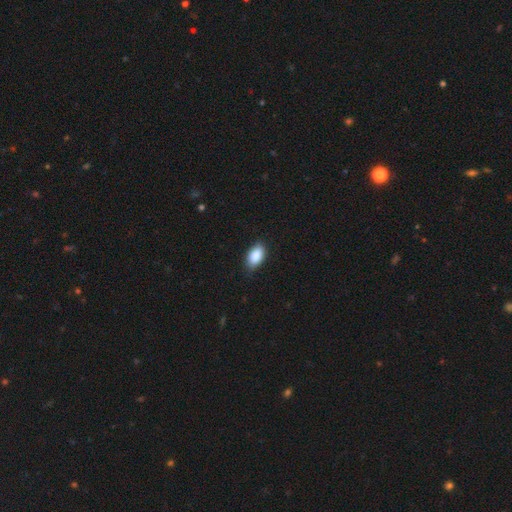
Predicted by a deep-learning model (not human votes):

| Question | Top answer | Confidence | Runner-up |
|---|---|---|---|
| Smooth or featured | smooth | 89% | star or artifact (7%) |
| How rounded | in between | 92% | round (5%) |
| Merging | none | 80% | minor disturbance (17%) |